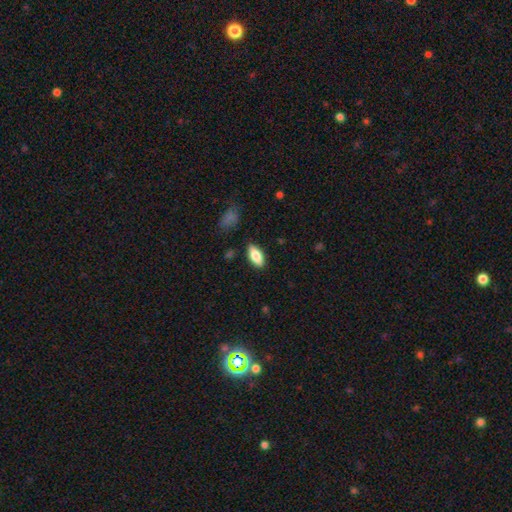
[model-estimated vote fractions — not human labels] Smooth or featured? smooth (79%)
How rounded? in between (84%)
Merging? none (85%)